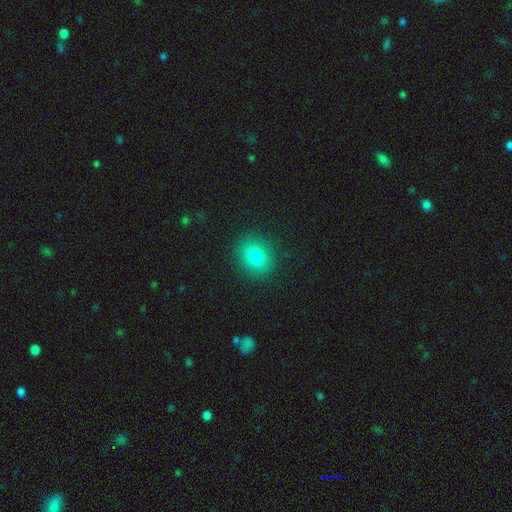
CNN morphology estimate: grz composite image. It shows a smooth galaxy with no disk features (79%) that is round (68%). Merging: none (88%).